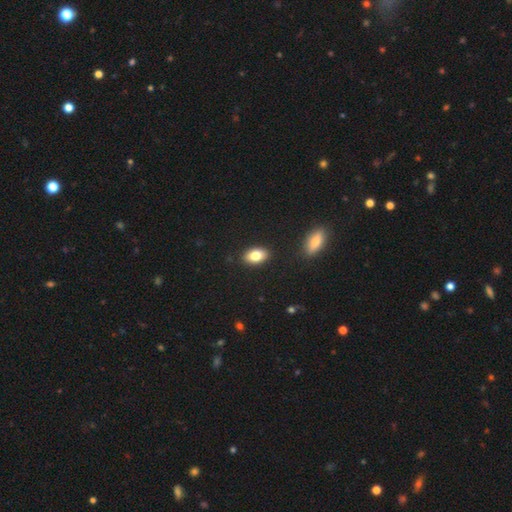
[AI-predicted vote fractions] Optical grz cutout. It shows a smooth galaxy with no disk features (80%) that is in between round and cigar-shaped (90%). Merging: none (88%).